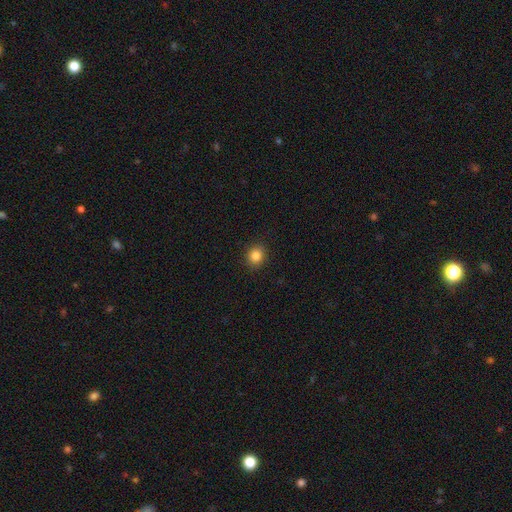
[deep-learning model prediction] smooth-or-featured: smooth: 85% | star or artifact: 11% | featured or disk: 5%
  how-rounded: round: 78% | in between: 21% | cigar-shaped: 1%
  merging: none: 91% | minor disturbance: 6% | major disturbance: 2% | merger: 1%